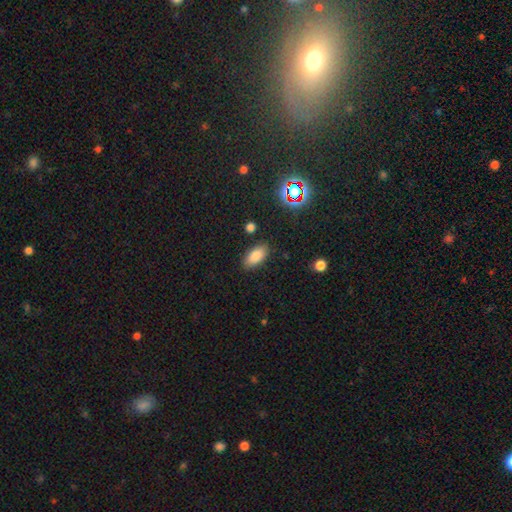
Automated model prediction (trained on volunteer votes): This is clearly a smooth galaxy (82%). How rounded: clearly in between (91%). Merging: clearly none (86%).